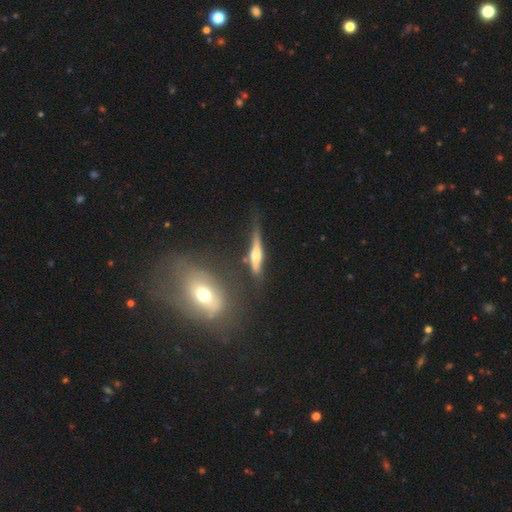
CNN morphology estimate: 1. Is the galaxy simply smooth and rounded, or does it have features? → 68% featured or disk, 25% smooth, 7% star or artifact.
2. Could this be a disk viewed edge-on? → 92% yes, 8% no.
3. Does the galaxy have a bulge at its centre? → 87% rounded, 8% boxy, 5% none.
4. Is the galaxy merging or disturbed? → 58% none, 22% minor disturbance, 11% merger, 10% major disturbance.